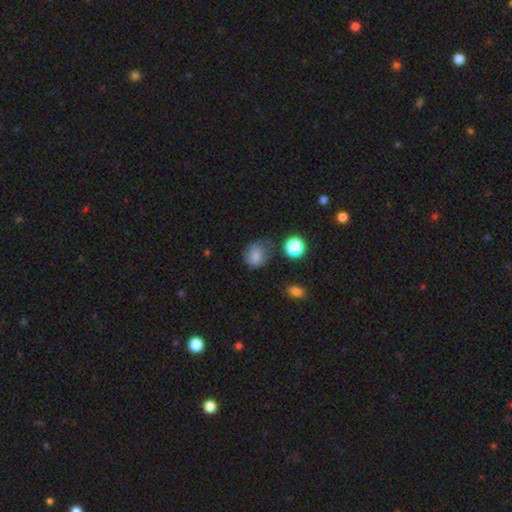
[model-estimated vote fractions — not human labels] Morphology: type=smooth (78%); roundness=round (65%); merging=none (52%).